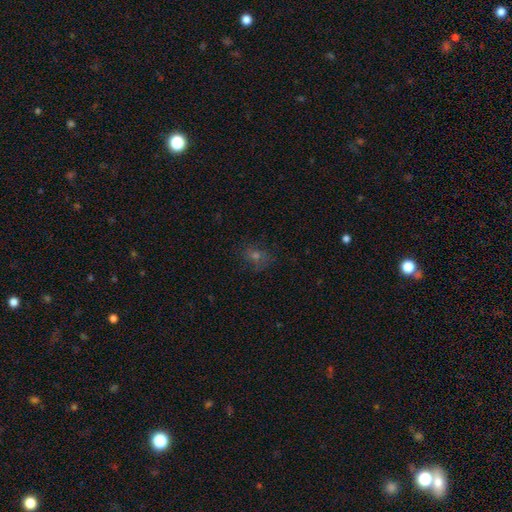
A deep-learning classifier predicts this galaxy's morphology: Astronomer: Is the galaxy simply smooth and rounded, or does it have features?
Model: smooth — 45% (runner-up: star or artifact, 33%).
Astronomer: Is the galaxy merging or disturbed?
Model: none — 77%.